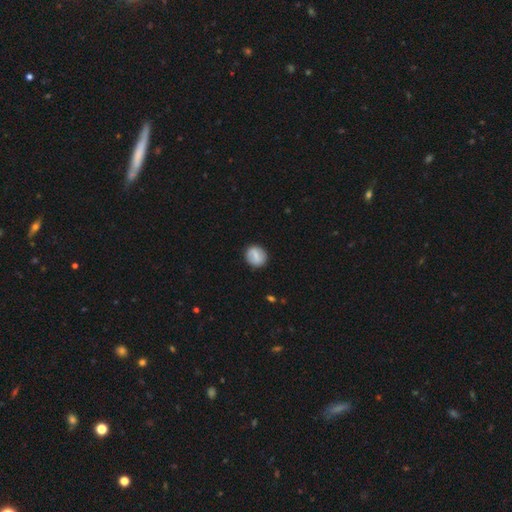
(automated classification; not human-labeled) Smooth or featured: smooth — 58% (featured or disk — 35%)
How rounded: round — 80% (in between — 18%)
Merging: none — 87% (minor disturbance — 9%)